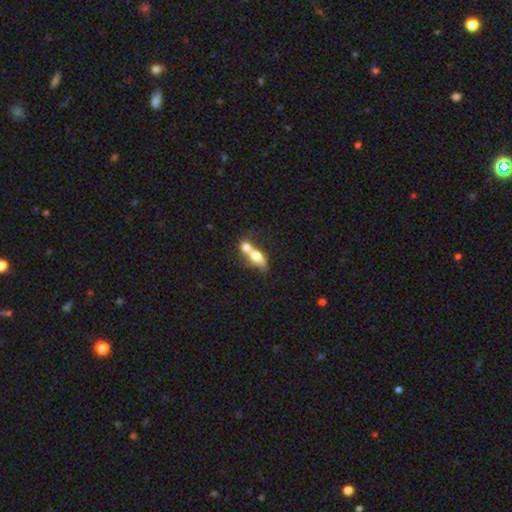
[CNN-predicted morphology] Smooth or featured? Predicted: smooth (p=0.60). How rounded? Predicted: in between (p=0.61). Merging? Predicted: merger (p=0.70).